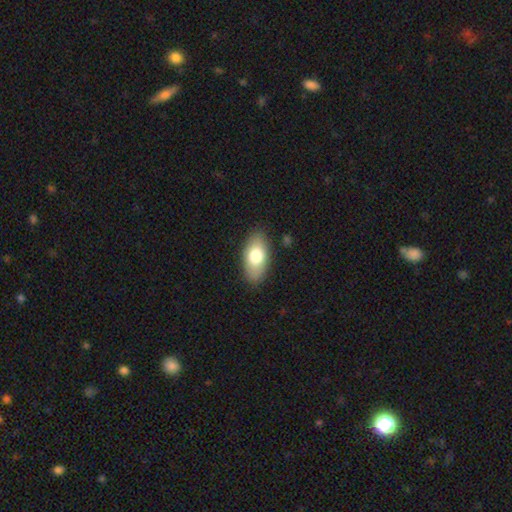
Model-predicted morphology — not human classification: Q: Smooth or featured?
A: smooth (76%); runner-up: featured or disk (18%)
Q: How rounded?
A: in between (91%); runner-up: cigar-shaped (5%)
Q: Merging?
A: none (85%); runner-up: minor disturbance (11%)